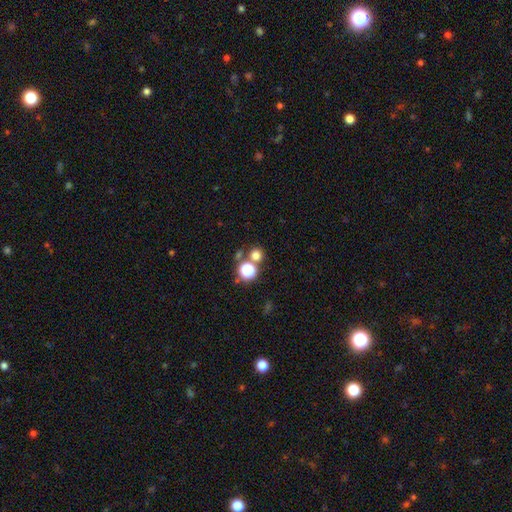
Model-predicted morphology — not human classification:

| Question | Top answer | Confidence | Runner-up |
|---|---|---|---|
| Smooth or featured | smooth | 72% | star or artifact (21%) |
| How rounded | round | 90% | in between (9%) |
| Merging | none | 67% | merger (23%) |